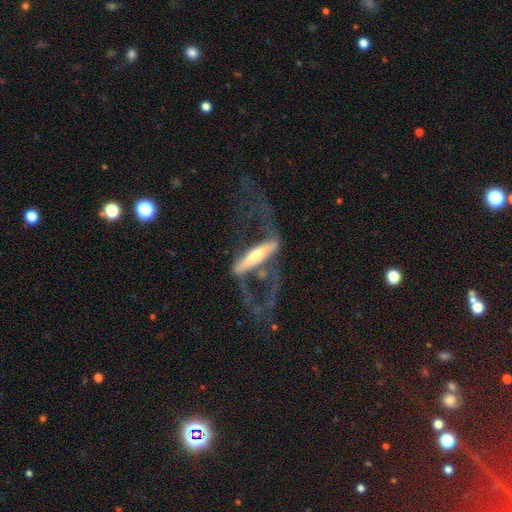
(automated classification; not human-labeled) Smooth or featured? Predicted: featured or disk (p=0.63). Edge-on disk? Predicted: yes (p=0.65). Merging? Predicted: major disturbance (p=0.49).